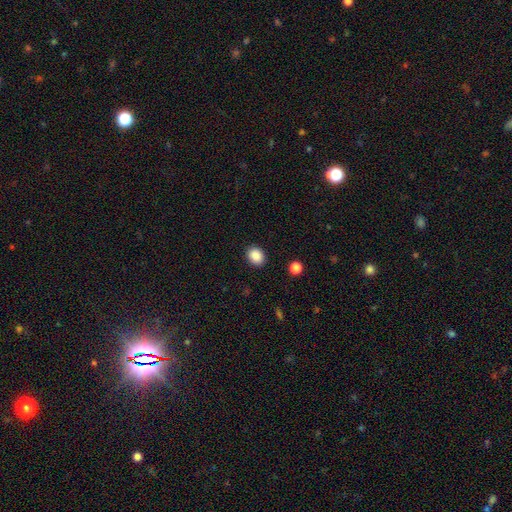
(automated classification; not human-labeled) Q: Smooth or featured?
A: smooth (88%); runner-up: star or artifact (9%)
Q: How rounded?
A: in between (51%); runner-up: round (48%)
Q: Merging?
A: none (89%); runner-up: minor disturbance (7%)